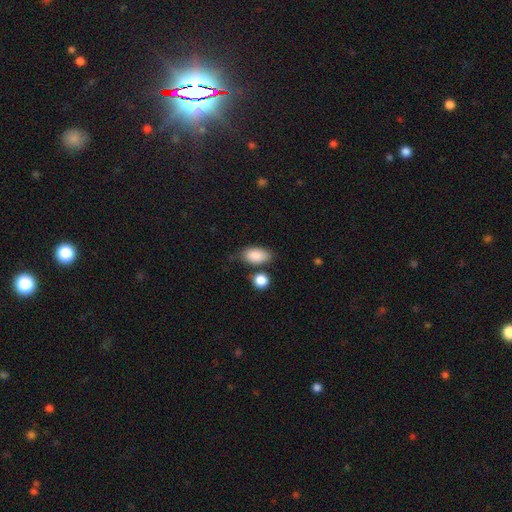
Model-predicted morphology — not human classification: smooth 88%, star or artifact 7%, featured or disk 5%. Down the decision tree: how rounded — in between (91%); merging — none (68%).